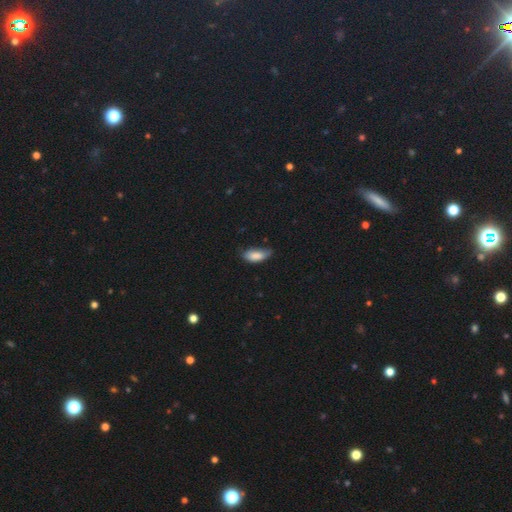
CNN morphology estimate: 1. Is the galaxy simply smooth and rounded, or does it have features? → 85% smooth, 8% featured or disk, 7% star or artifact.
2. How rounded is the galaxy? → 88% in between, 10% cigar-shaped, 3% round.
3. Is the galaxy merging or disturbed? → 49% none, 41% minor disturbance, 8% major disturbance, 2% merger.